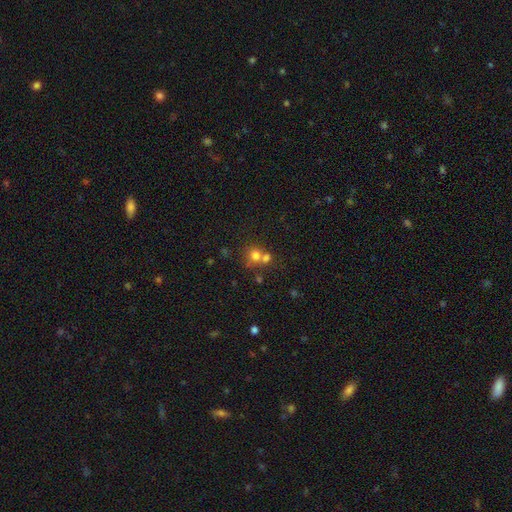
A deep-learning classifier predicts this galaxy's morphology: This is likely a smooth galaxy (72%). How rounded: clearly round (83%). Merging: possibly merger (46%).